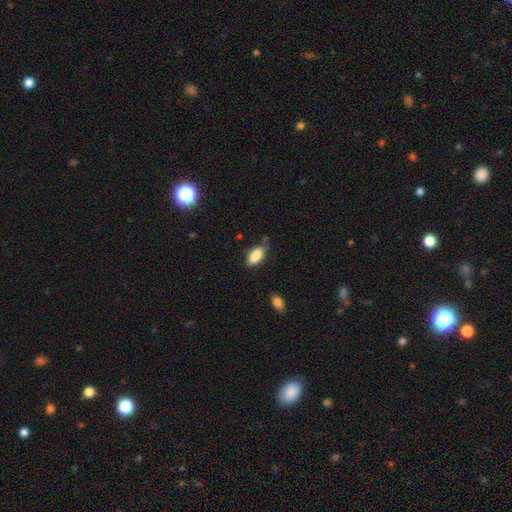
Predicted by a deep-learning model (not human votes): smooth-or-featured: smooth: 87% | star or artifact: 7% | featured or disk: 6%
  how-rounded: in between: 90% | cigar-shaped: 8% | round: 3%
  merging: none: 74% | minor disturbance: 20% | major disturbance: 4% | merger: 3%